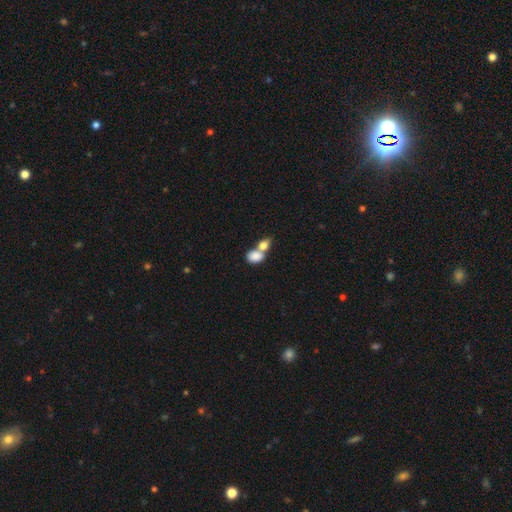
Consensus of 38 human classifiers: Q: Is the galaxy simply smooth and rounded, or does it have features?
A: smooth — 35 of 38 (92%).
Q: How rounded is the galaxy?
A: in between — 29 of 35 (83%).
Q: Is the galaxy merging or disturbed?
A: merger — 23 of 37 (62%).